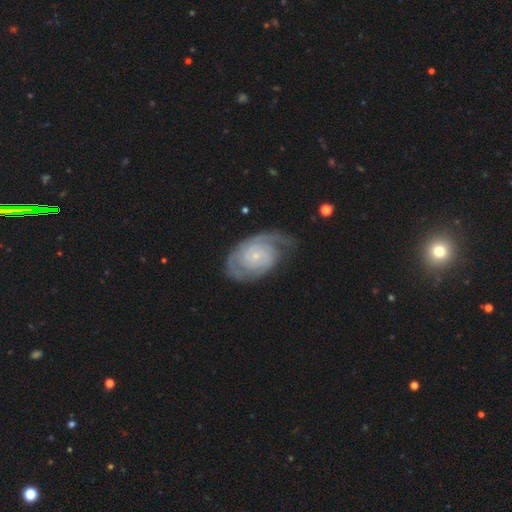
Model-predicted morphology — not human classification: Smooth or featured: featured or disk — 84% (smooth — 11%)
Edge-on disk: no — 97% (yes — 3%)
Bar: no — 75% (weak — 21%)
Spiral arms: yes — 95% (no — 5%)
Spiral winding: tight — 65% (medium — 27%)
Spiral arm count: 2 — 49% (can't tell — 25%)
Bulge size: small — 82% (moderate — 13%)
Merging: none — 63% (minor disturbance — 22%)